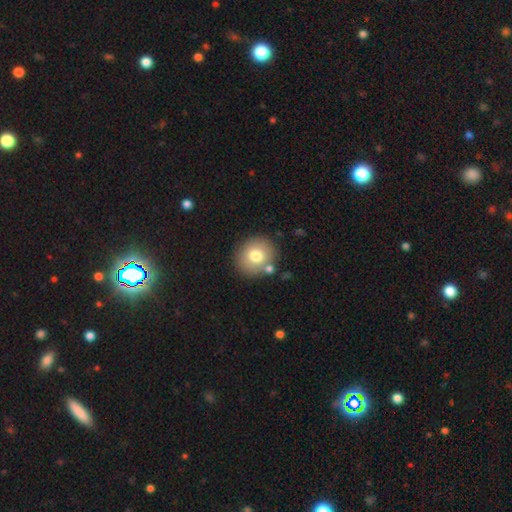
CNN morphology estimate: A smooth galaxy with no disk features (75%) that is round (83%). Merging: none (81%).